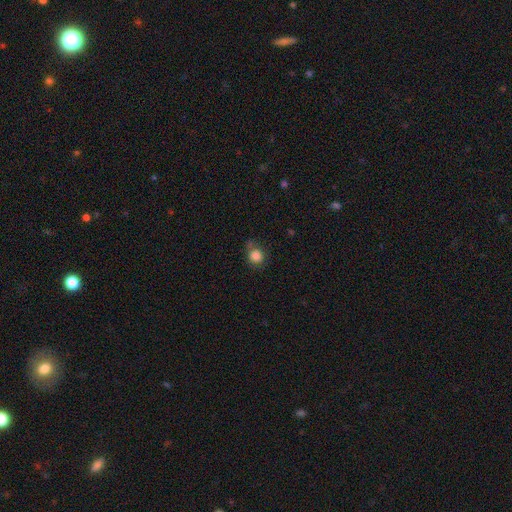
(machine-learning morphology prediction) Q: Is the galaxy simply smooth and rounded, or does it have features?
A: smooth — 83%.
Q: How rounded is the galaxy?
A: round — 85%.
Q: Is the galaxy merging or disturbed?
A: none — 62%.